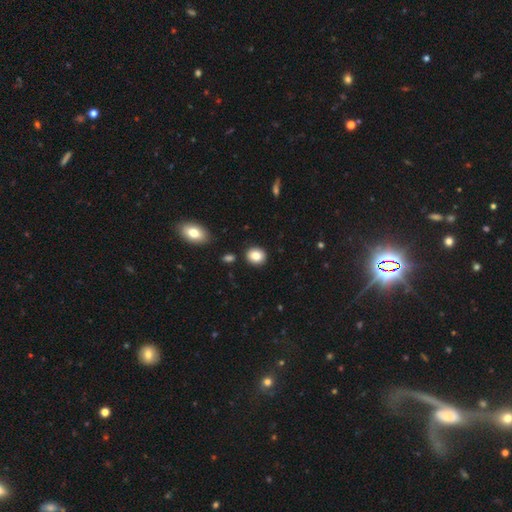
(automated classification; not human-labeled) A smooth galaxy with no disk features (84%) that is round (73%).

Vote fractions:
- Smooth or featured? smooth: 84% / star or artifact: 9% / featured or disk: 7%
- How rounded? round: 73% / in between: 26% / cigar-shaped: 1%
- Merging? none: 89% / minor disturbance: 7% / merger: 2% / major disturbance: 2%